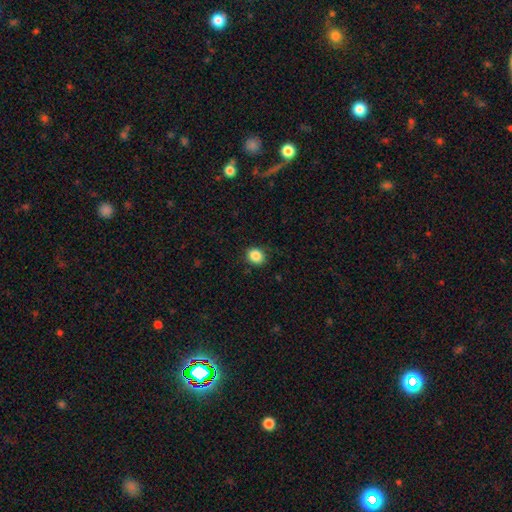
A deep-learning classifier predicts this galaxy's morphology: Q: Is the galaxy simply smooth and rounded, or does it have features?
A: smooth — 86%.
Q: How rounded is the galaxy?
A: round — 75%.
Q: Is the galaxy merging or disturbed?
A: none — 86%.